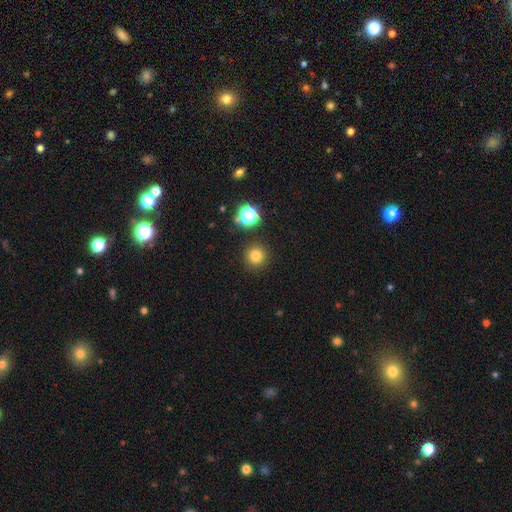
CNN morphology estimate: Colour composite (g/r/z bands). It shows a smooth galaxy with no disk features (77%) that is round (95%). Merging: none (89%).